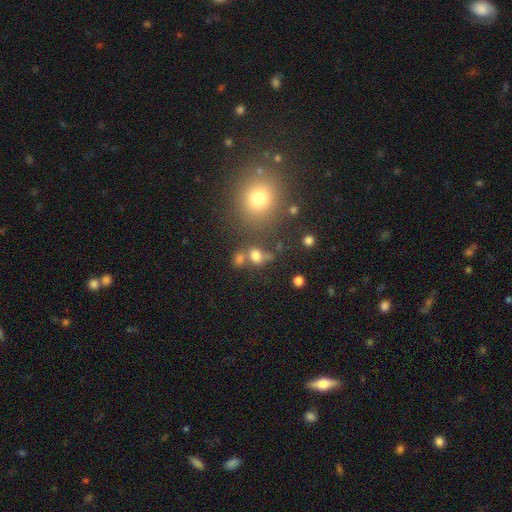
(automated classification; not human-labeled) smooth-or-featured: smooth: 72% | star or artifact: 17% | featured or disk: 11%
  how-rounded: round: 53% | in between: 45% | cigar-shaped: 2%
  merging: none: 49% | merger: 30% | minor disturbance: 13% | major disturbance: 8%